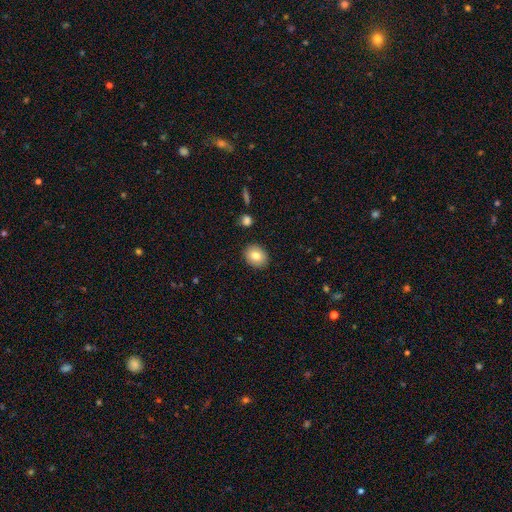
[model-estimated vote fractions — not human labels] A smooth galaxy with no disk features (82%) that is round (50%).

Vote fractions:
- Smooth or featured? smooth: 82% / featured or disk: 10% / star or artifact: 8%
- How rounded? round: 50% / in between: 49% / cigar-shaped: 1%
- Merging? none: 89% / minor disturbance: 8% / major disturbance: 2% / merger: 2%